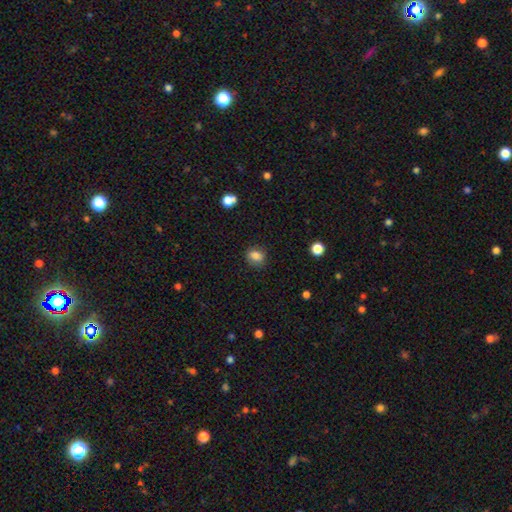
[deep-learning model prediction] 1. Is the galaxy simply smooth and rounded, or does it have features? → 83% smooth, 10% star or artifact, 7% featured or disk.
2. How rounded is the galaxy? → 59% round, 40% in between, 1% cigar-shaped.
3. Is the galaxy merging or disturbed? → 82% none, 13% minor disturbance, 3% major disturbance, 1% merger.